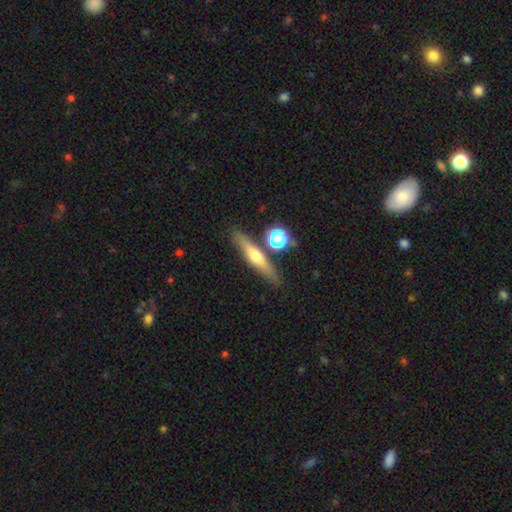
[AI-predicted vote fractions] Smooth or featured: featured or disk — 50% (smooth — 41%)
Edge-on disk: yes — 90% (no — 10%)
Merging: none — 81% (minor disturbance — 9%)